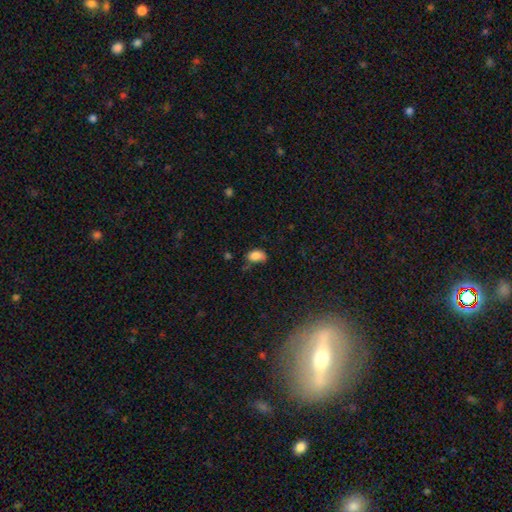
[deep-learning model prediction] Smooth or featured? Predicted: smooth (p=0.81). How rounded? Predicted: in between (p=0.83). Merging? Predicted: none (p=0.42).